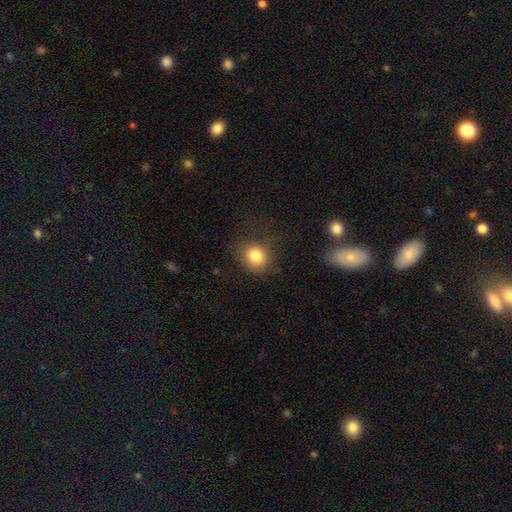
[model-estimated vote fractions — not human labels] A smooth galaxy with no disk features (83%) that is round (78%). Merging: none (77%).